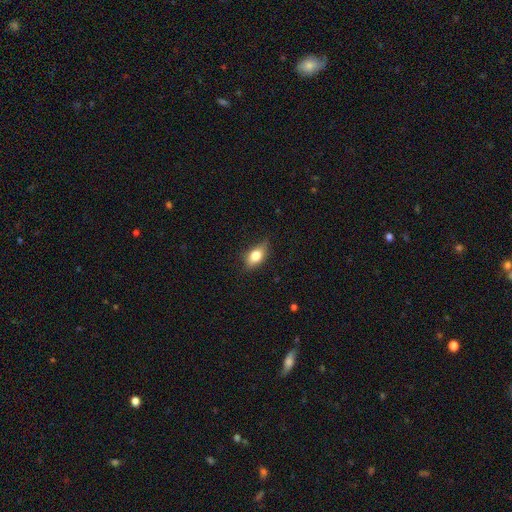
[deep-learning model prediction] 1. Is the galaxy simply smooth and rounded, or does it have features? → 75% smooth, 17% featured or disk, 8% star or artifact.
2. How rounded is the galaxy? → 82% in between, 11% round, 7% cigar-shaped.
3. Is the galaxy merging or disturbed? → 77% none, 19% minor disturbance, 4% major disturbance, 1% merger.